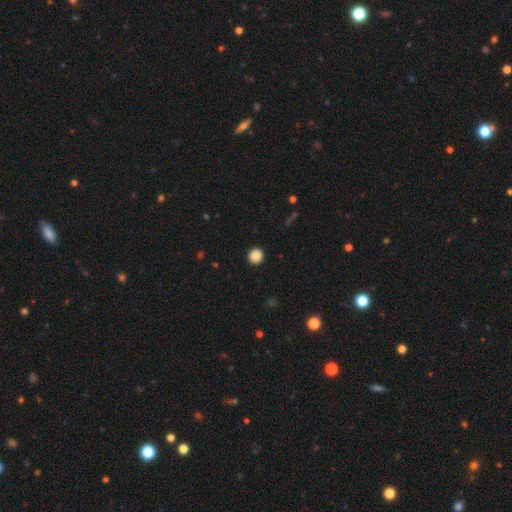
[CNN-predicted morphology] Smooth or featured? smooth (88%)
How rounded? round (95%)
Merging? none (94%)